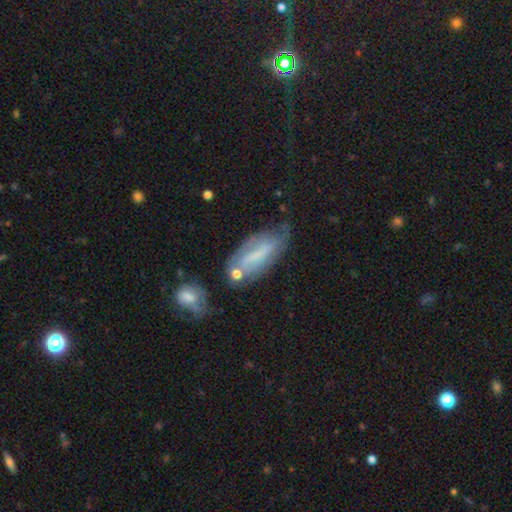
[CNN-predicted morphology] Q: Smooth or featured?
A: featured or disk (51%); runner-up: smooth (39%)
Q: Edge-on disk?
A: no (79%); runner-up: yes (21%)
Q: Merging?
A: none (50%); runner-up: minor disturbance (28%)